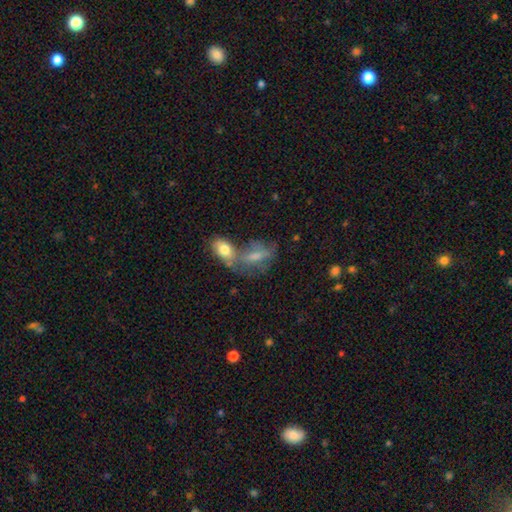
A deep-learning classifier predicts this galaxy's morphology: Smooth or featured? smooth (62%)
How rounded? in between (81%)
Merging? merger (48%)